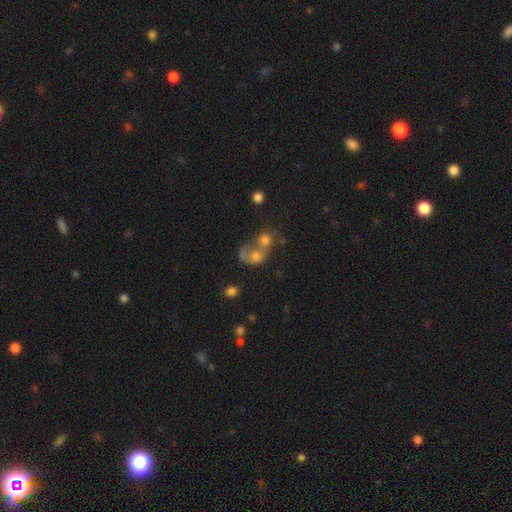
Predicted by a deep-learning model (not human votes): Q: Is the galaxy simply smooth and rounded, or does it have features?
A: smooth — 58%.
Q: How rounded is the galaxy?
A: round — 56%.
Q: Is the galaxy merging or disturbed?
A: merger — 69%.